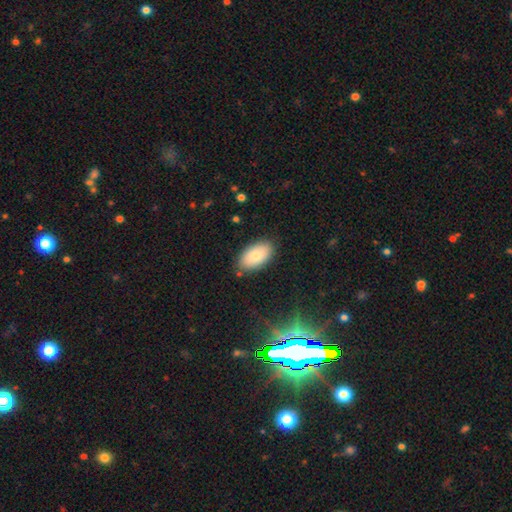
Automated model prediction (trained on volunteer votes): A smooth galaxy with no disk features (79%) that is in between round and cigar-shaped (94%). Merging: none (84%).